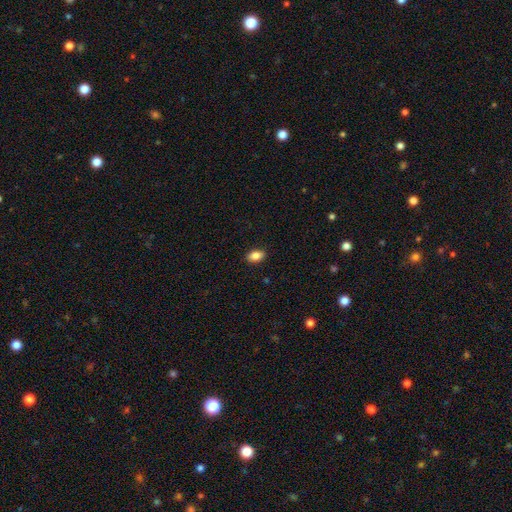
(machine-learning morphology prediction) type=smooth (85%); roundness=in between (88%); merging=none (89%).